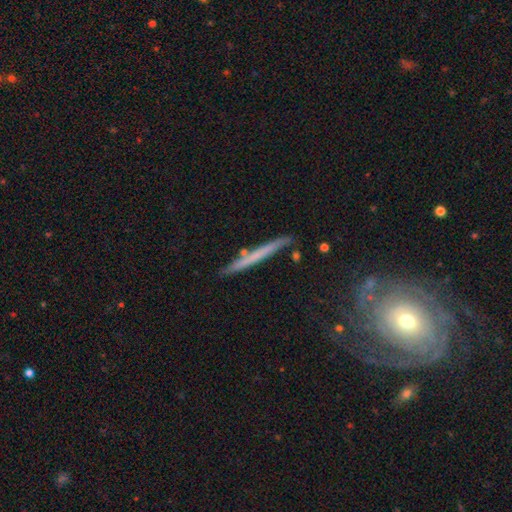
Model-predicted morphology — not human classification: This is possibly a featured or disk galaxy (47%, tied with smooth). Merging: clearly none (84%).